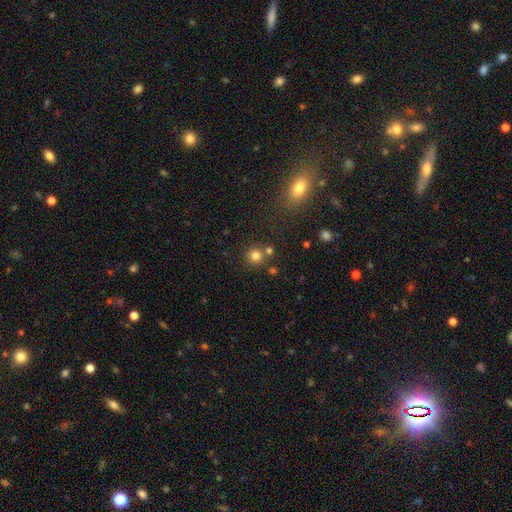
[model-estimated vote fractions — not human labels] Smooth or featured?
  - smooth: 79% *
  - star or artifact: 15%
  - featured or disk: 6%
How rounded?
  - round: 92% *
  - in between: 7%
  - cigar-shaped: 1%
Merging?
  - none: 74% *
  - merger: 15%
  - minor disturbance: 7%
  - major disturbance: 3%